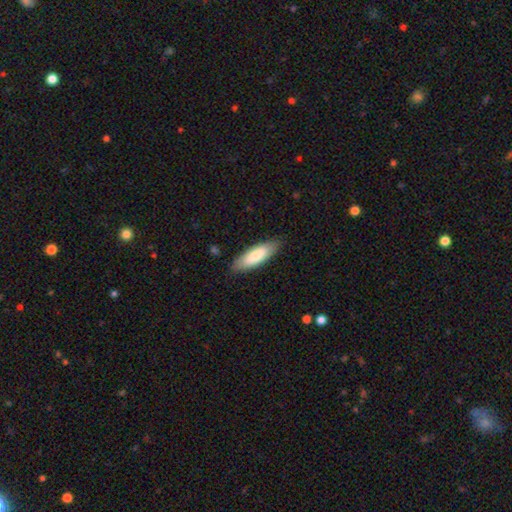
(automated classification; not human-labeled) This appears to be a smooth galaxy with no disk features (83%) that is in between round and cigar-shaped (58%). Merging: none (85%).